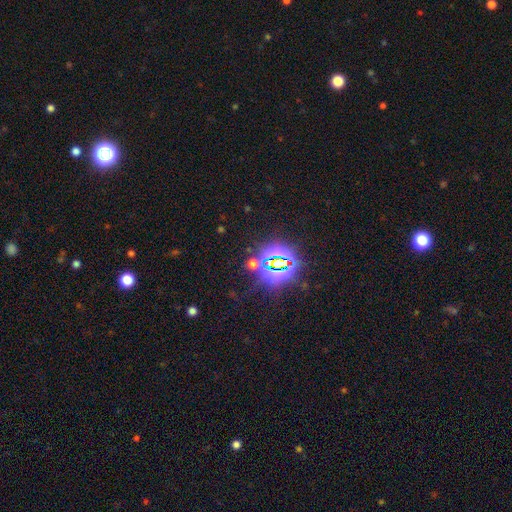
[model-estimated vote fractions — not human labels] Q: Smooth or featured?
A: star or artifact (82%); runner-up: smooth (11%)